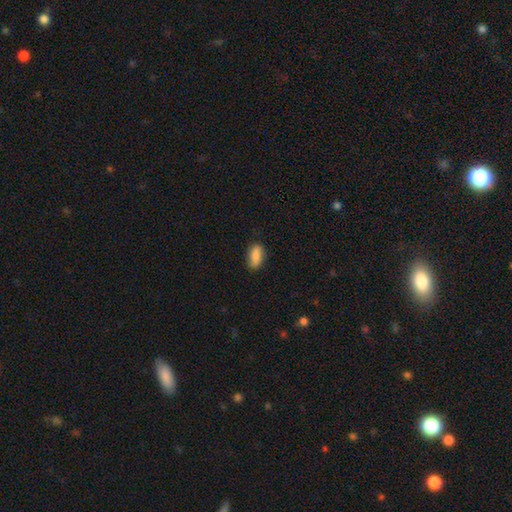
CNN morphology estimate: Smooth or featured? smooth (82%)
How rounded? in between (85%)
Merging? none (80%)